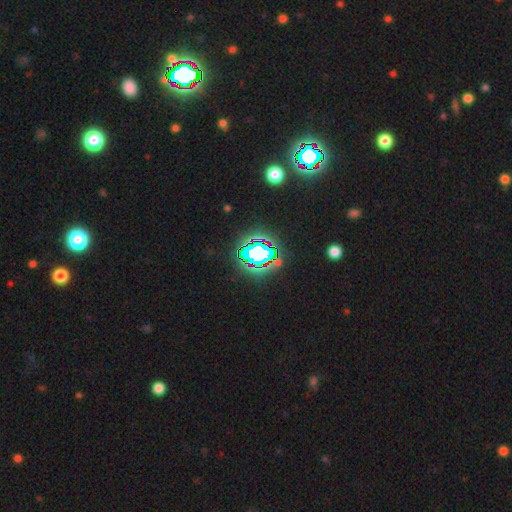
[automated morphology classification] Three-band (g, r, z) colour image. It shows a star or artifact, not a galaxy (69%).